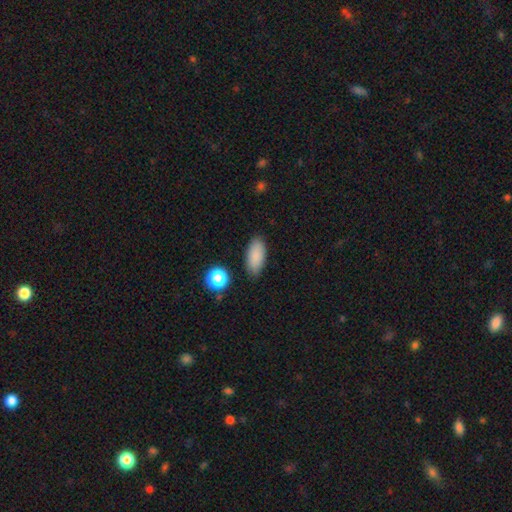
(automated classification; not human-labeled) A smooth galaxy with no disk features (87%) that is in between round and cigar-shaped (88%). Merging: none (85%).